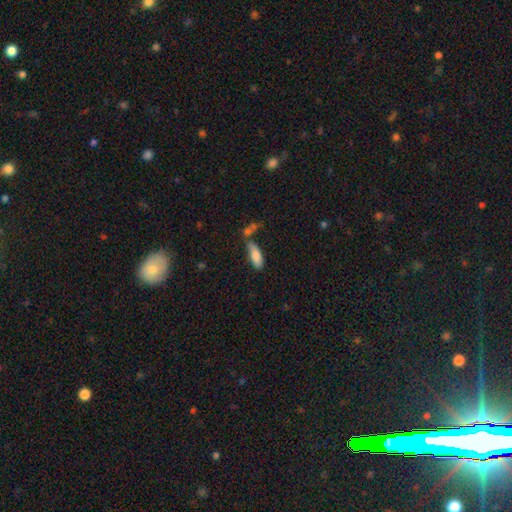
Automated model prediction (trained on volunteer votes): The model was most divided on "merging": none: 42%, merger: 26%, minor disturbance: 23%, major disturbance: 9%. More confident: smooth or featured — smooth (82%); how rounded — in between (69%).